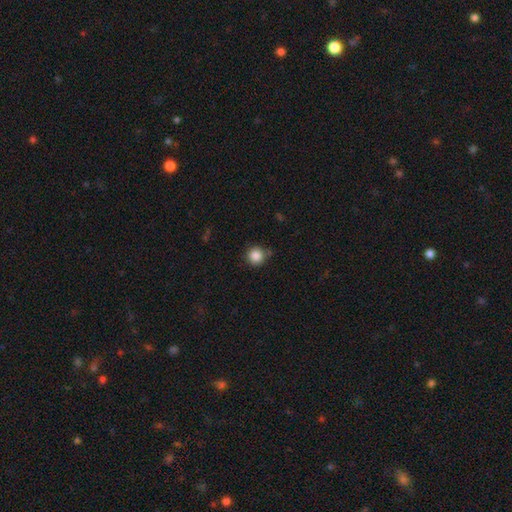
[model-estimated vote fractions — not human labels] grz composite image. It shows a smooth galaxy with no disk features (86%) that is round (94%). Merging: none (78%).